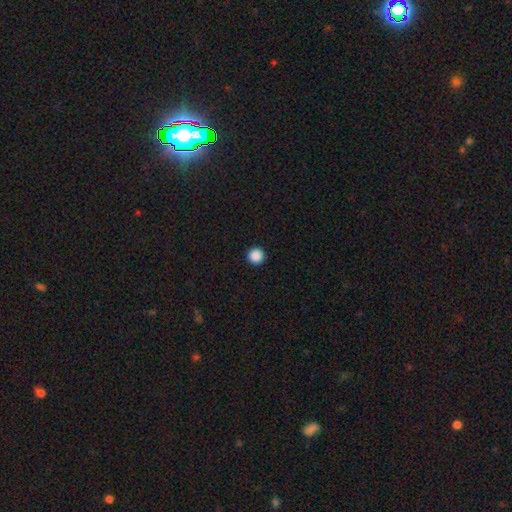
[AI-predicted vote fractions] This appears to be a smooth galaxy with no disk features (88%) that is round (97%). Merging: none (94%).